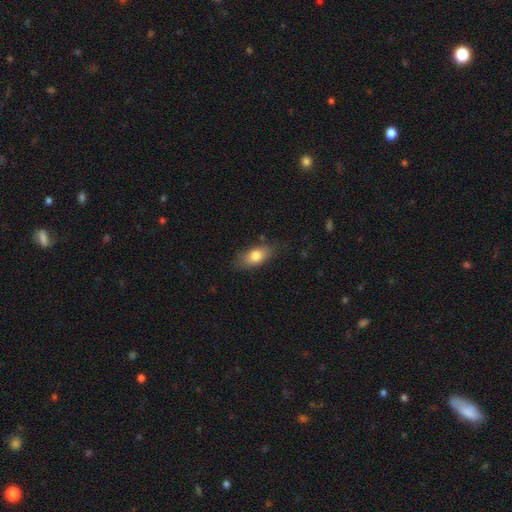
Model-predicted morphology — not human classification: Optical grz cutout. It shows a smooth galaxy with no disk features (77%) that is in between round and cigar-shaped (84%). Merging: none (77%).